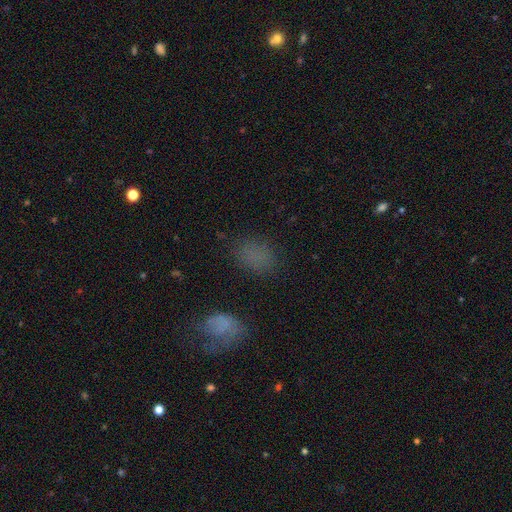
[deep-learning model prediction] Smooth or featured?
  - smooth: 72% *
  - star or artifact: 18%
  - featured or disk: 10%
How rounded?
  - in between: 73% *
  - round: 25%
  - cigar-shaped: 2%
Merging?
  - none: 71% *
  - minor disturbance: 15%
  - major disturbance: 9%
  - merger: 4%